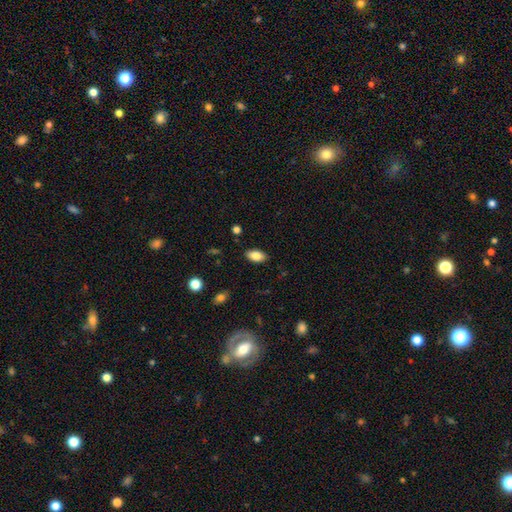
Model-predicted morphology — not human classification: Q: Smooth or featured?
A: smooth (85%); runner-up: star or artifact (8%)
Q: How rounded?
A: in between (93%); runner-up: round (4%)
Q: Merging?
A: none (87%); runner-up: minor disturbance (9%)